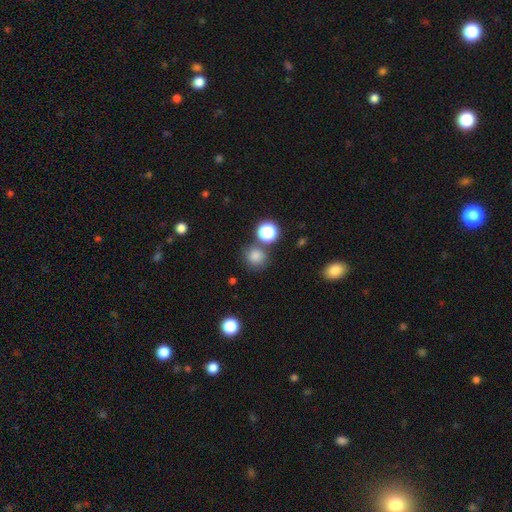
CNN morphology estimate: Overall: smooth (79%). How rounded: round (89%). Merging: none (75%).